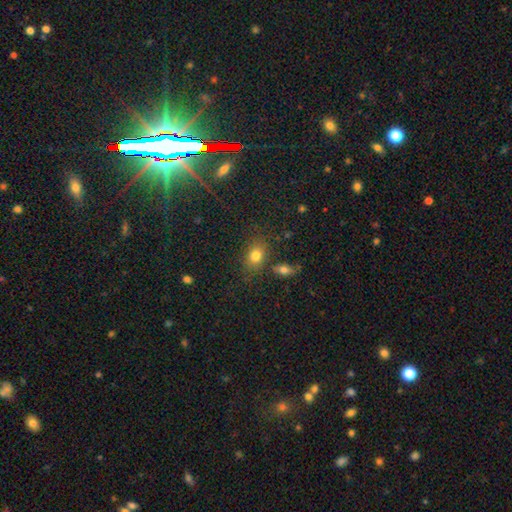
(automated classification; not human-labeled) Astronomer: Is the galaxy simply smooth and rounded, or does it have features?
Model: smooth — 78%.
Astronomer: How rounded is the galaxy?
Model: in between — 64%.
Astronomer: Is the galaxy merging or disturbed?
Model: none — 72%.